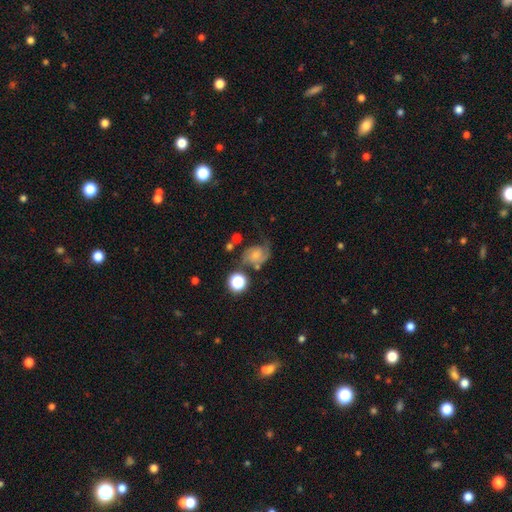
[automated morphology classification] A featured or disk galaxy (62%) with no bar (69%), 2 (53%) medium (43%) spiral arms (91%) and a small central bulge (43%).

Vote fractions:
- Smooth or featured? featured or disk: 62% / smooth: 26% / star or artifact: 11%
- Edge-on disk? no: 98% / yes: 2%
- Bar? no: 69% / weak: 27% / strong: 5%
- Spiral arms? yes: 91% / no: 9%
- Spiral winding? medium: 43% / loose: 33% / tight: 24%
- Spiral arm count? 2: 53% / 1: 35% / can't tell: 8% / 3: 2% / 4: 1% / more than 4: 1%
- Bulge size? small: 43% / moderate: 27% / none: 21% / large: 7% / dominant: 3%
- Merging? none: 41% / major disturbance: 27% / minor disturbance: 23% / merger: 9%